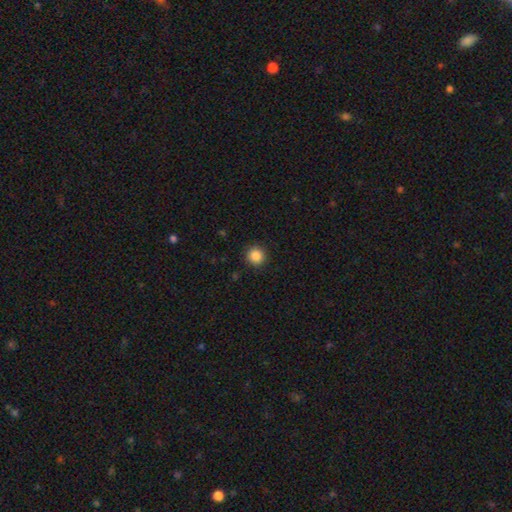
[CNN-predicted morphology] Smooth or featured? smooth (87%)
How rounded? round (94%)
Merging? none (91%)